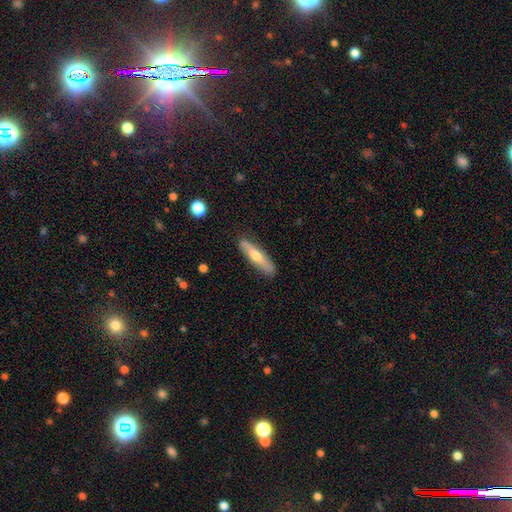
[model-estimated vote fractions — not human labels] Smooth or featured? smooth (49%)
Merging? none (87%)